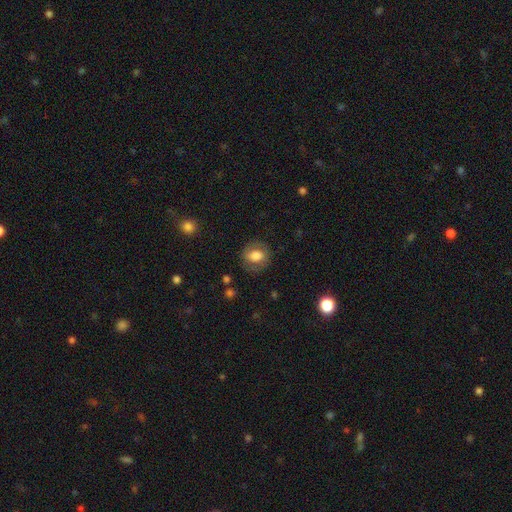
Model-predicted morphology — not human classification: A smooth galaxy with no disk features (67%) that is round (62%). Merging: none (80%).